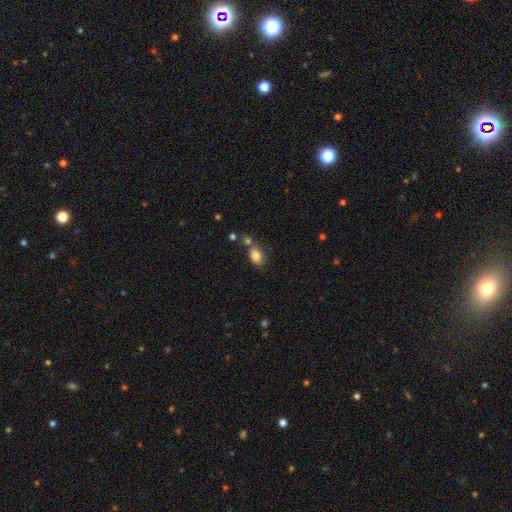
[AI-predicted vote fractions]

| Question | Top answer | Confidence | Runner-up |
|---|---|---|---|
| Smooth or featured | smooth | 82% | star or artifact (9%) |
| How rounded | in between | 83% | round (15%) |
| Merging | none | 59% | merger (20%) |